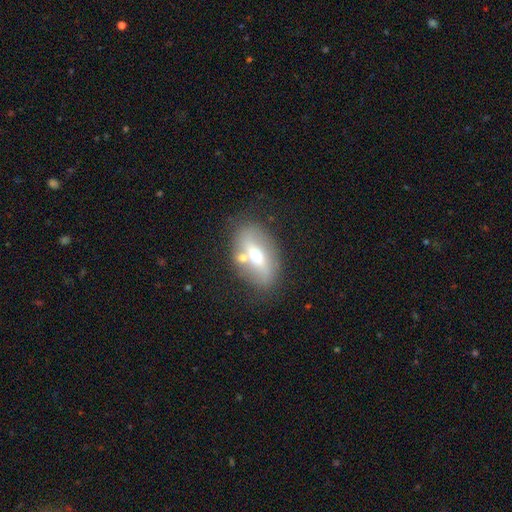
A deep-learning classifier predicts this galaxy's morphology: smooth_or_featured: featured or disk (p=0.50) [alt: smooth p=0.41]
merging: none (p=0.70) [alt: minor disturbance p=0.13]